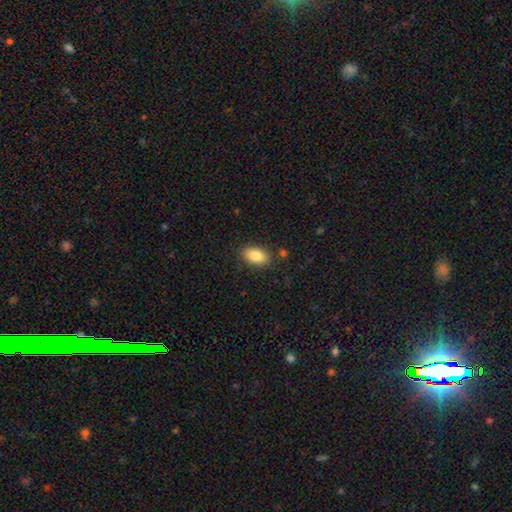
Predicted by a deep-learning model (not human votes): smooth_or_featured: smooth (p=0.85) [alt: featured or disk p=0.07]
how_rounded: in between (p=0.92) [alt: round p=0.06]
merging: none (p=0.86) [alt: minor disturbance p=0.10]